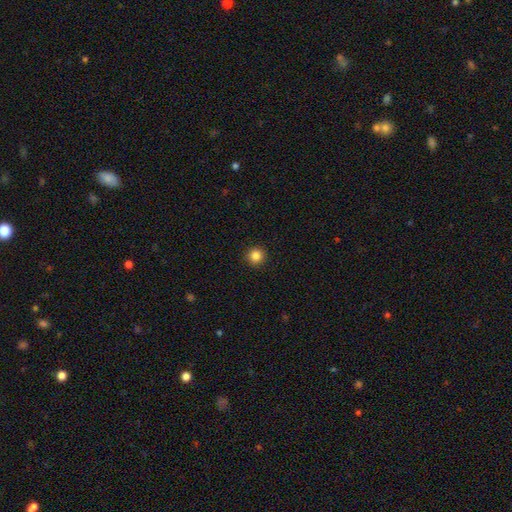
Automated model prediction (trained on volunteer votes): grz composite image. It shows a smooth galaxy with no disk features (85%) that is round (95%). Merging: none (93%).